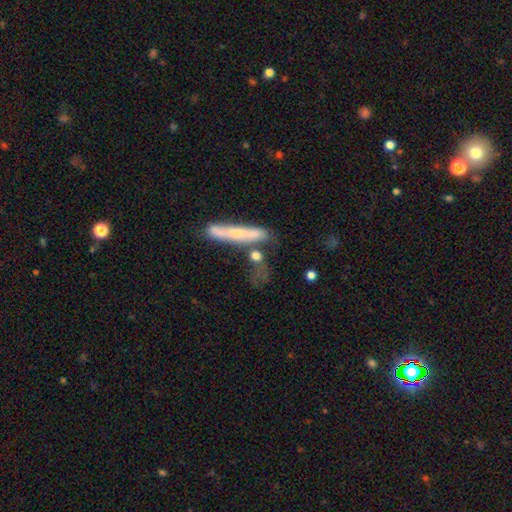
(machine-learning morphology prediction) Q: Smooth or featured?
A: smooth (64%); runner-up: featured or disk (26%)
Q: How rounded?
A: cigar-shaped (44%); runner-up: round (30%)
Q: Merging?
A: none (46%); runner-up: merger (22%)